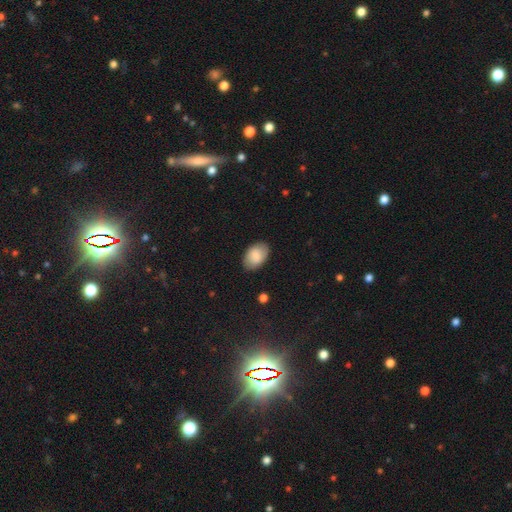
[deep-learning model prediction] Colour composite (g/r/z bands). It shows a smooth galaxy with no disk features (86%) that is in between round and cigar-shaped (91%). Merging: none (85%).